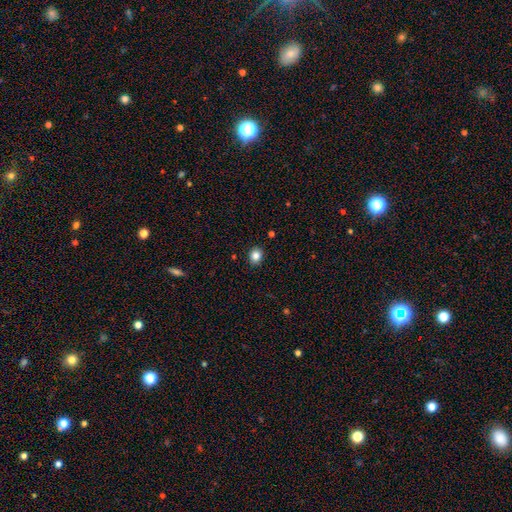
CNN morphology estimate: A smooth galaxy with no disk features (84%) that is round (65%).

Vote fractions:
- Smooth or featured? smooth: 84% / star or artifact: 10% / featured or disk: 5%
- How rounded? round: 65% / in between: 34% / cigar-shaped: 1%
- Merging? none: 90% / minor disturbance: 7% / major disturbance: 2% / merger: 1%